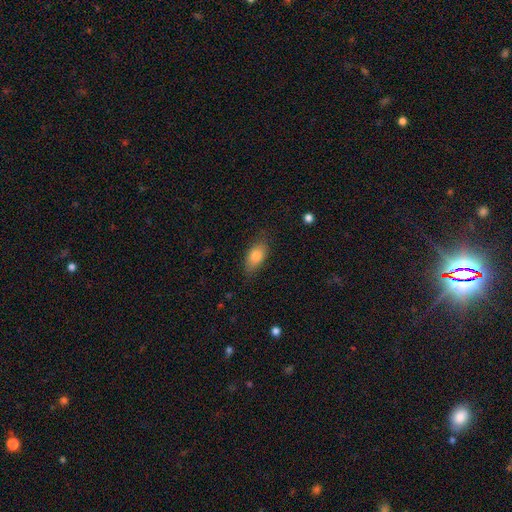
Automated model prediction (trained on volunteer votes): Smooth or featured: smooth — 81% (featured or disk — 12%)
How rounded: in between — 85% (cigar-shaped — 11%)
Merging: none — 76% (minor disturbance — 18%)